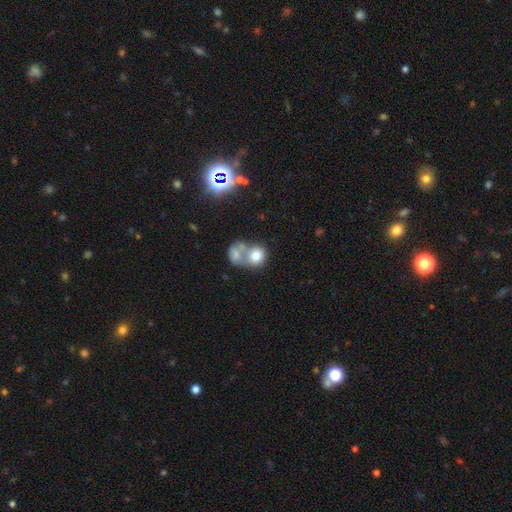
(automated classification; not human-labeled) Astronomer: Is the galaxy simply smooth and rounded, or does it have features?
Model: smooth — 72%.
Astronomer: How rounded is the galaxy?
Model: round — 69%.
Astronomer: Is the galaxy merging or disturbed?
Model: merger — 61%.